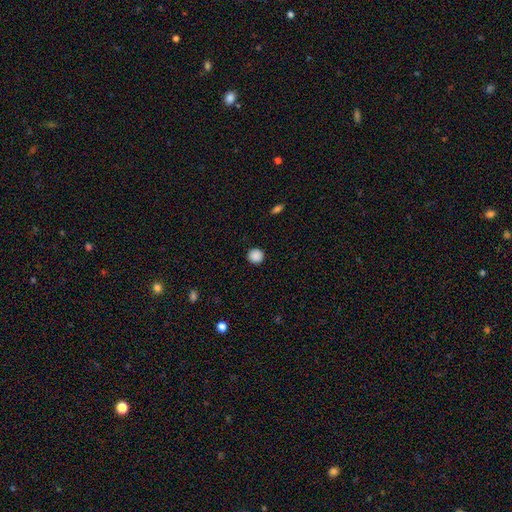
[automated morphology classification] This appears to be a smooth galaxy with no disk features (88%) that is round (92%). Merging: none (92%).